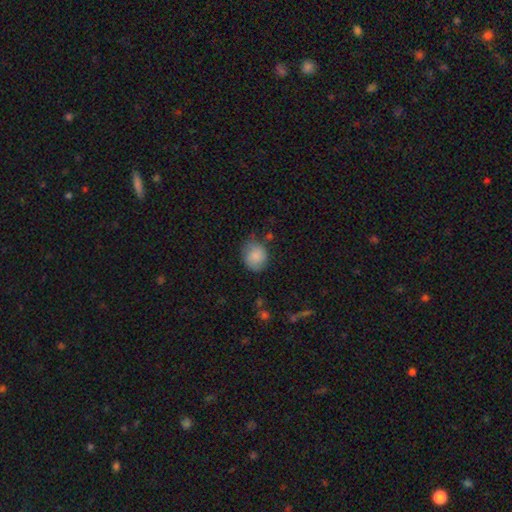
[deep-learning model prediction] smooth_or_featured: smooth (p=0.82) [alt: featured or disk p=0.11]
how_rounded: round (p=0.73) [alt: in between p=0.26]
merging: none (p=0.64) [alt: minor disturbance p=0.26]